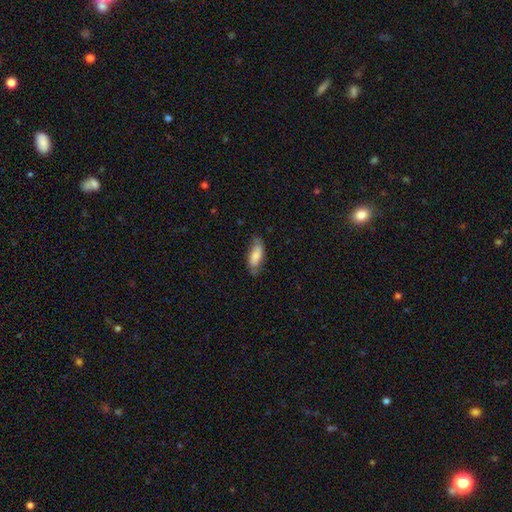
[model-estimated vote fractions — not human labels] Smooth or featured? smooth (75%)
How rounded? in between (74%)
Merging? none (69%)